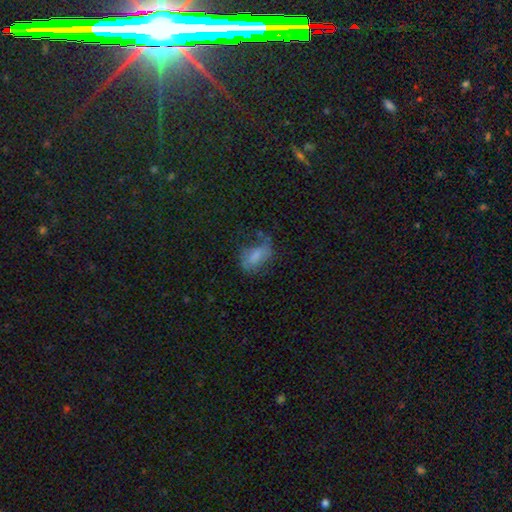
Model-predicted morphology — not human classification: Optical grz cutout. It shows a smooth galaxy with no disk features (60%) that is in between round and cigar-shaped (86%). Merging: none (41%).